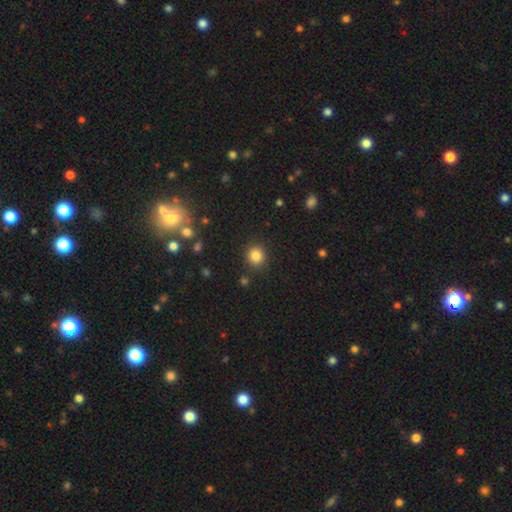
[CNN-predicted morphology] smooth-or-featured: smooth: 83% | star or artifact: 12% | featured or disk: 5%
  how-rounded: round: 88% | in between: 11% | cigar-shaped: 1%
  merging: none: 89% | minor disturbance: 7% | major disturbance: 3% | merger: 2%